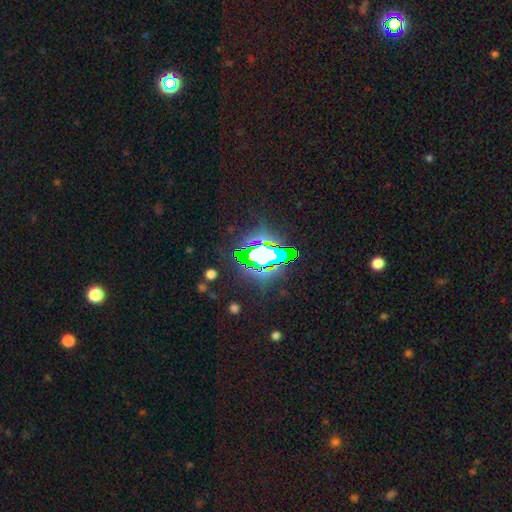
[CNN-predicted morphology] This is likely a star or artifact rather than a galaxy (80%).